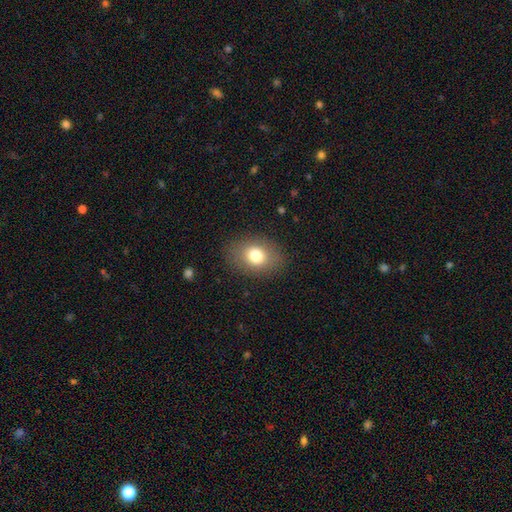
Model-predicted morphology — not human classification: The model was most divided on "how rounded": in between: 68%, round: 31%, cigar-shaped: 1%. More confident: merging — none (85%); smooth or featured — smooth (77%).